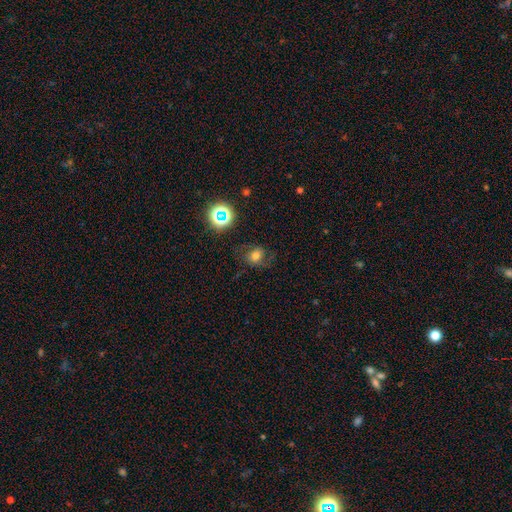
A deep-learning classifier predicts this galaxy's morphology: smooth_or_featured: smooth (p=0.58) [alt: featured or disk p=0.22]
how_rounded: round (p=0.57) [alt: in between p=0.41]
merging: none (p=0.65) [alt: minor disturbance p=0.20]